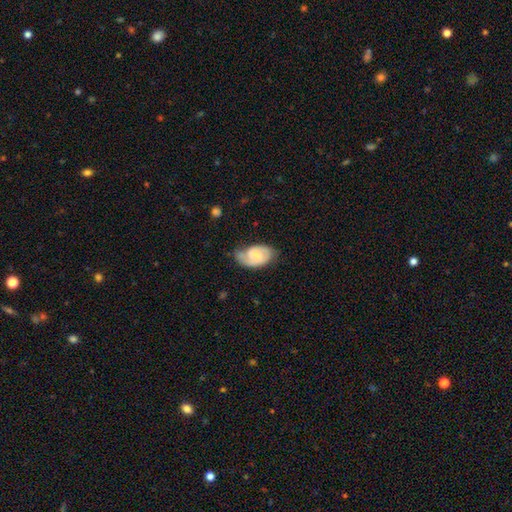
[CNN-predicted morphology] Smooth or featured? Predicted: featured or disk (p=0.67). Edge-on disk? Predicted: no (p=0.97). Bar? Predicted: weak (p=0.54). Spiral arms? Predicted: yes (p=0.90). Spiral winding? Predicted: medium (p=0.45). Spiral arm count? Predicted: 2 (p=0.74). Bulge size? Predicted: small (p=0.39). Merging? Predicted: none (p=0.60).